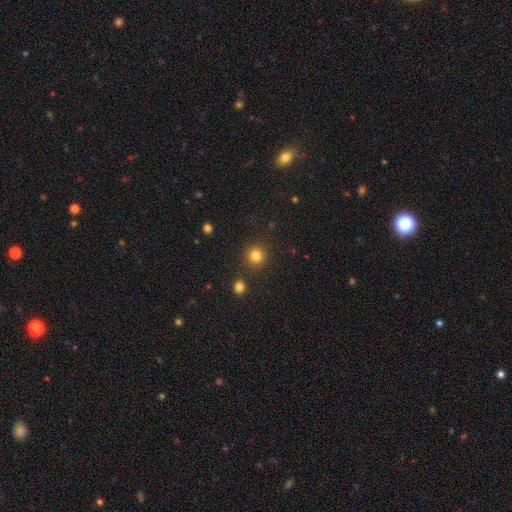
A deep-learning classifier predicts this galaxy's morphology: smooth 82%, star or artifact 13%, featured or disk 5%. Down the decision tree: how rounded — round (93%); merging — none (88%).